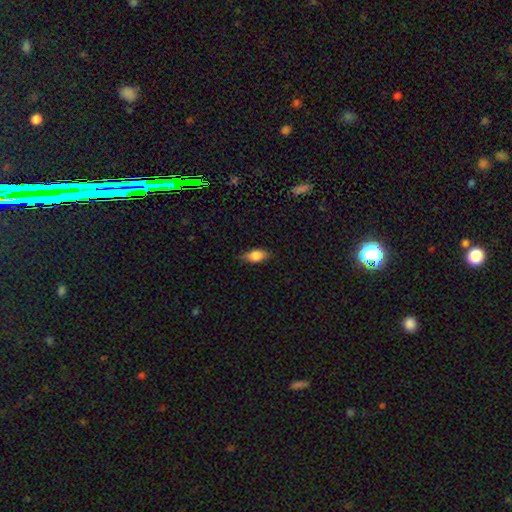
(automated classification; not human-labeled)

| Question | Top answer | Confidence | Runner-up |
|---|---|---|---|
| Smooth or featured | smooth | 80% | featured or disk (12%) |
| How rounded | in between | 86% | cigar-shaped (8%) |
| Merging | none | 77% | minor disturbance (19%) |